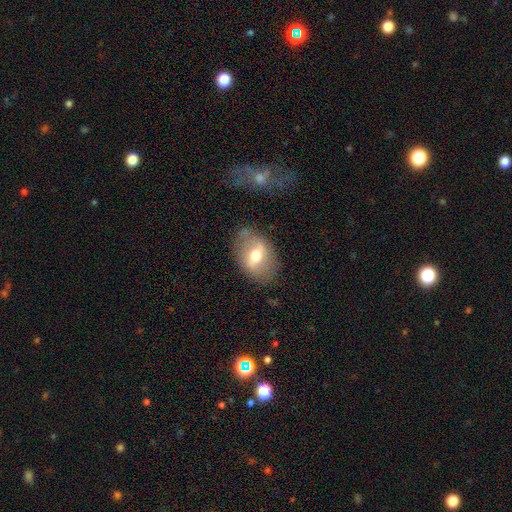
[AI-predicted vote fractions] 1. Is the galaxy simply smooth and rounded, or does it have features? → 51% featured or disk, 41% smooth, 8% star or artifact.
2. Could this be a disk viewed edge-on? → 85% no, 15% yes.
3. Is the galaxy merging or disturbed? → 76% none, 15% minor disturbance, 6% major disturbance, 3% merger.